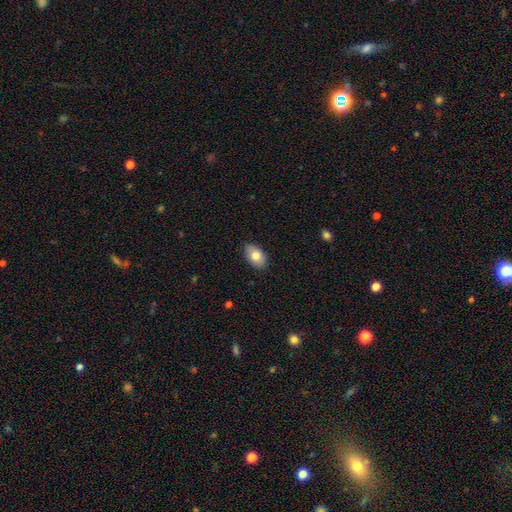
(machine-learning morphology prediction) smooth_or_featured: smooth (p=0.79) [alt: featured or disk p=0.14]
how_rounded: in between (p=0.90) [alt: round p=0.09]
merging: none (p=0.88) [alt: minor disturbance p=0.10]